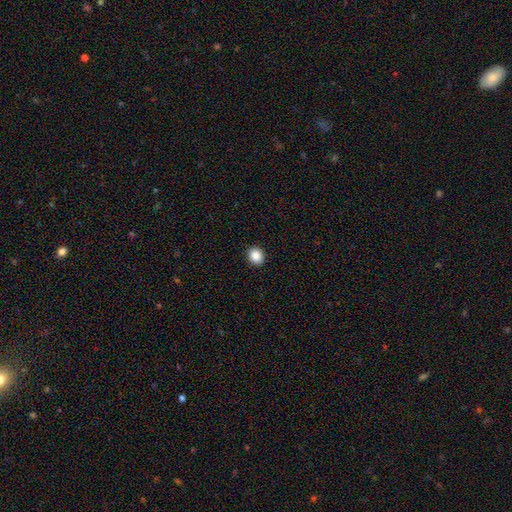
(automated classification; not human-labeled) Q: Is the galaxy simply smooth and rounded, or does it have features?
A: smooth — 87%.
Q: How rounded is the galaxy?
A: round — 70%.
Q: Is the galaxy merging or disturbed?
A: none — 92%.